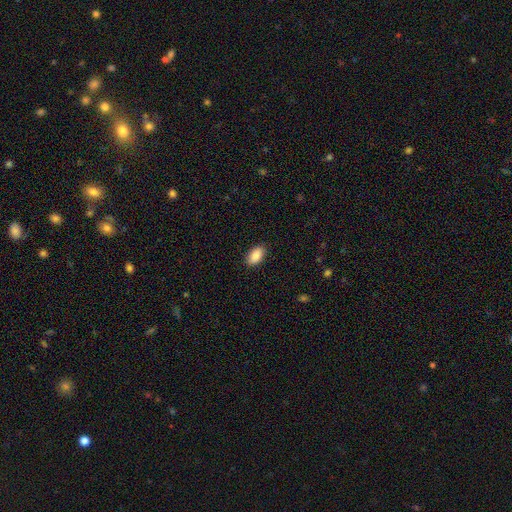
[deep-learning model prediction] smooth-or-featured: smooth: 89% | star or artifact: 7% | featured or disk: 4%
  how-rounded: in between: 94% | round: 4% | cigar-shaped: 3%
  merging: none: 89% | minor disturbance: 8% | major disturbance: 2% | merger: 1%